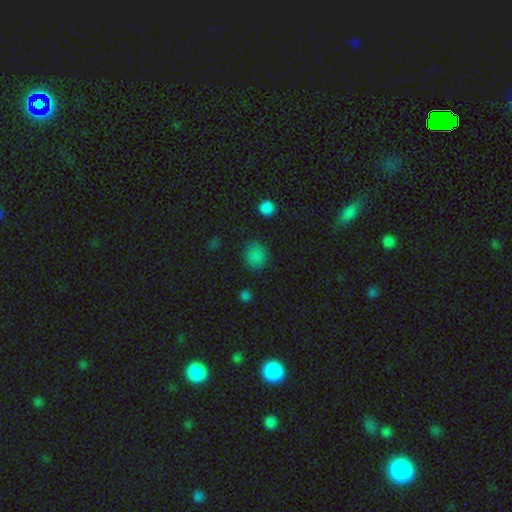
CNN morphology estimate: This appears to be a smooth galaxy with no disk features (82%) that is round (80%). Merging: none (84%).